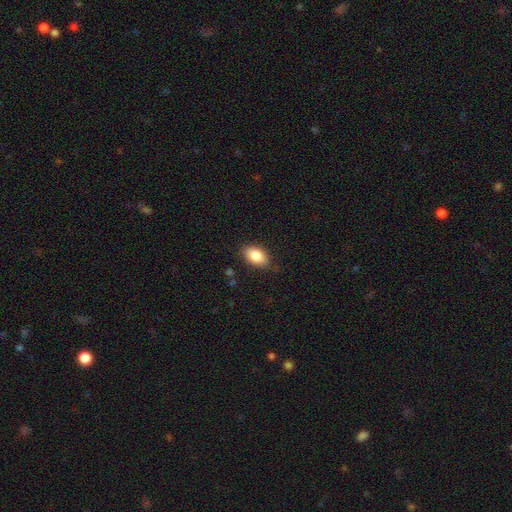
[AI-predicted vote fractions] This appears to be a smooth galaxy with no disk features (85%) that is in between round and cigar-shaped (90%). Merging: none (83%).